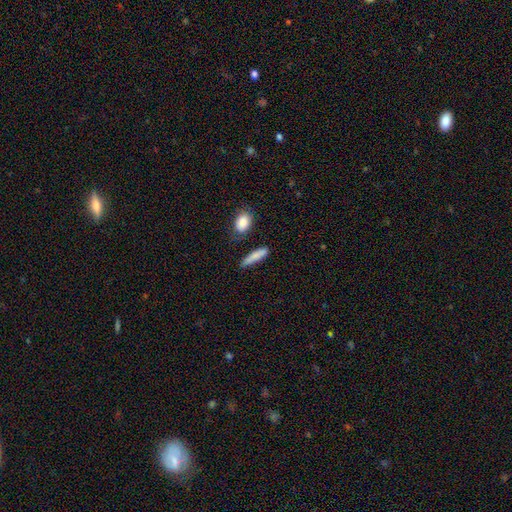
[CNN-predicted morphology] Q: Smooth or featured?
A: smooth (82%); runner-up: featured or disk (11%)
Q: How rounded?
A: cigar-shaped (76%); runner-up: in between (21%)
Q: Merging?
A: none (73%); runner-up: minor disturbance (18%)